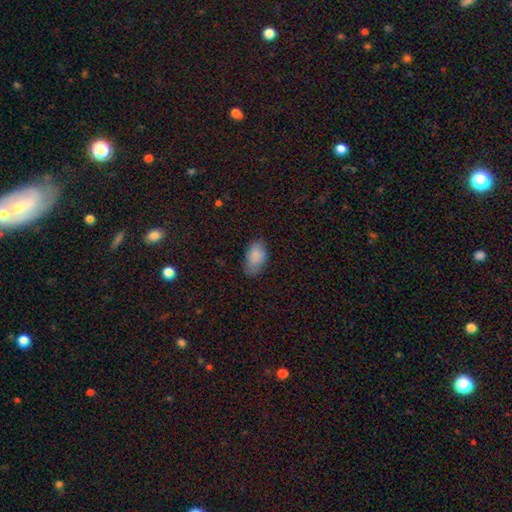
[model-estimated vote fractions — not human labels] Morphology: type=smooth (87%); roundness=in between (93%); merging=none (72%).